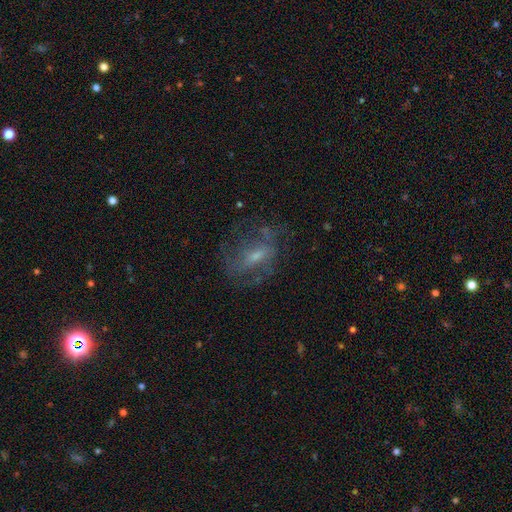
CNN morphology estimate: The model was most divided on "bar": weak: 44%, no: 38%, strong: 18%. Remaining: edge-on disk — no (92%); spiral arms — yes (61%); smooth or featured — featured or disk (61%); merging — none (57%); bulge size — small (47%).